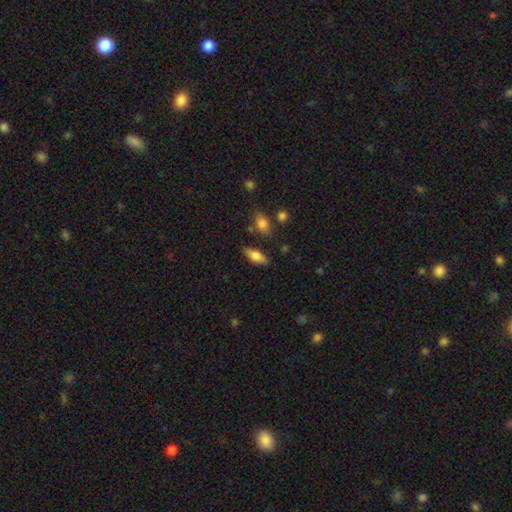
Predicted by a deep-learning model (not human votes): Morphology: type=smooth (64%); roundness=in between (74%); merging=none (80%).